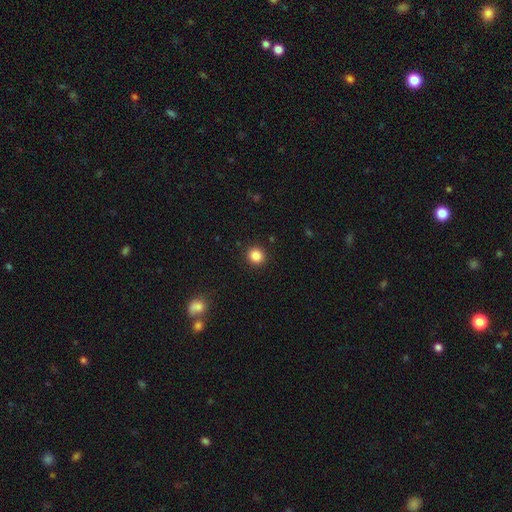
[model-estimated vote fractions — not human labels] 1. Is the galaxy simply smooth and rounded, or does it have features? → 86% smooth, 10% star or artifact, 4% featured or disk.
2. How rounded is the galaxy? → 87% round, 12% in between, 1% cigar-shaped.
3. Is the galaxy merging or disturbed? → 91% none, 6% minor disturbance, 2% major disturbance, 1% merger.